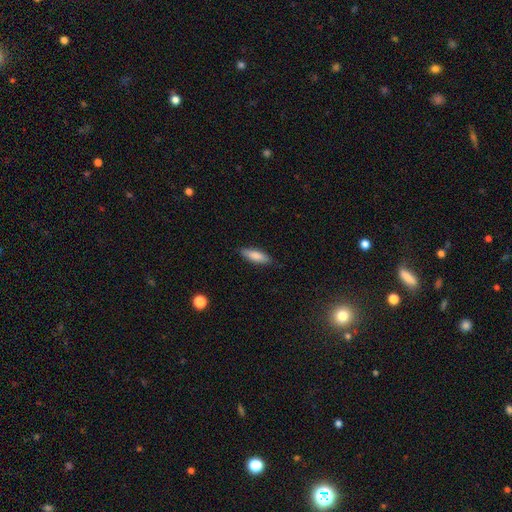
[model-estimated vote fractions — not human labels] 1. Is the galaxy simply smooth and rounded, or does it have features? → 82% smooth, 12% featured or disk, 6% star or artifact.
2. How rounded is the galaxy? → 50% in between, 48% cigar-shaped, 2% round.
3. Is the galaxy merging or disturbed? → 85% none, 12% minor disturbance, 2% major disturbance, 1% merger.